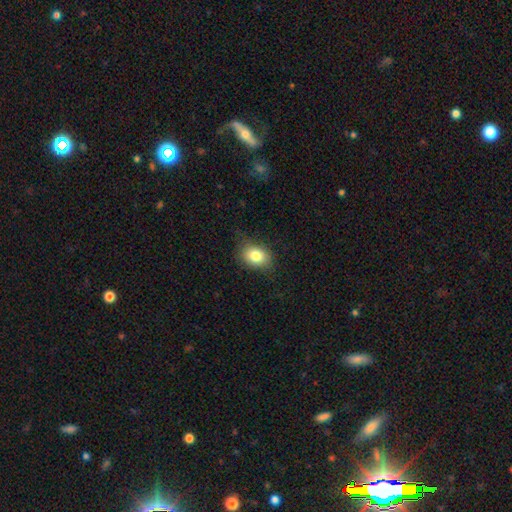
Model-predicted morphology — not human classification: A smooth galaxy with no disk features (81%) that is in between round and cigar-shaped (67%).

Vote fractions:
- Smooth or featured? smooth: 81% / featured or disk: 10% / star or artifact: 9%
- How rounded? in between: 67% / round: 32% / cigar-shaped: 1%
- Merging? none: 79% / minor disturbance: 16% / major disturbance: 4% / merger: 1%